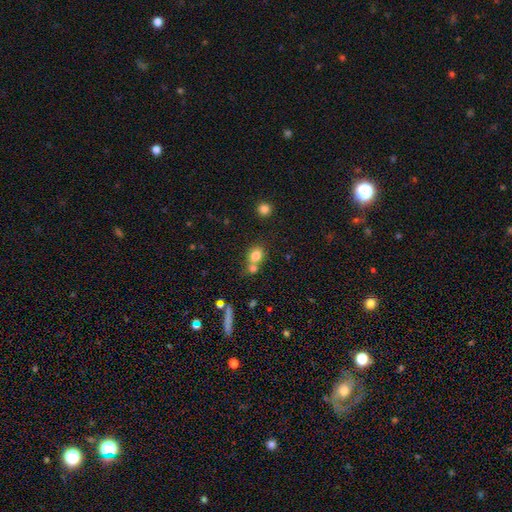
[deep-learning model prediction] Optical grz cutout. It shows a smooth galaxy with no disk features (79%) that is round (63%). Merging: none (48%).